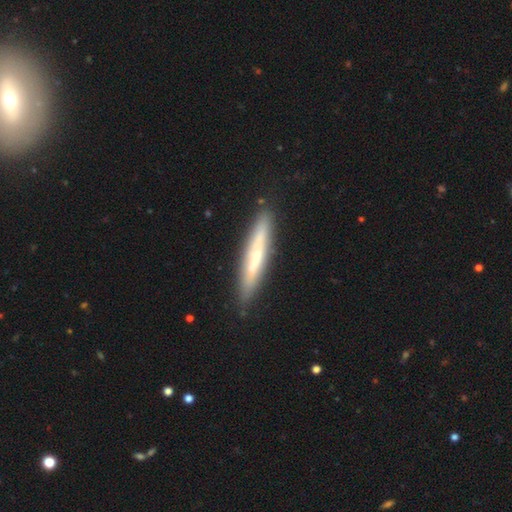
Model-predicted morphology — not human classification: The model was most divided on "smooth or featured": smooth: 49%, featured or disk: 45%, star or artifact: 6%. More confident: merging — none (88%).